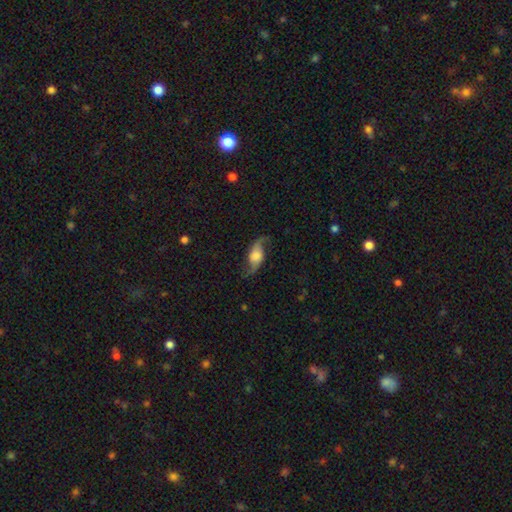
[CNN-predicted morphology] Smooth or featured?
  - featured or disk: 73% *
  - smooth: 20%
  - star or artifact: 7%
Edge-on disk?
  - no: 88% *
  - yes: 12%
Bar?
  - no: 63% *
  - weak: 29%
  - strong: 8%
Spiral arms?
  - yes: 94% *
  - no: 6%
Spiral winding?
  - loose: 81% *
  - medium: 15%
  - tight: 4%
Spiral arm count?
  - 2: 93% *
  - can't tell: 2%
  - 1: 2%
  - 3: 1%
  - 4: 1%
  - more than 4: 1%
Bulge size?
  - large: 38% *
  - moderate: 28%
  - small: 14%
  - none: 10%
  - dominant: 10%
Merging?
  - none: 73% *
  - minor disturbance: 17%
  - major disturbance: 9%
  - merger: 2%